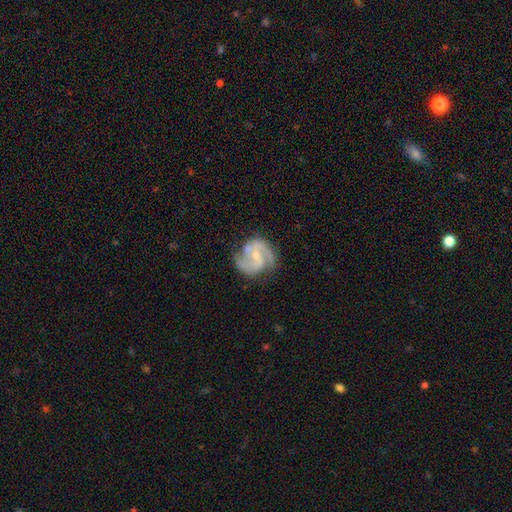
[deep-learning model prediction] A featured or disk galaxy (88%) with a weak bar (47%), 2 (83%) medium (54%) spiral arms (97%) and a small central bulge (57%). Merging: none (72%).